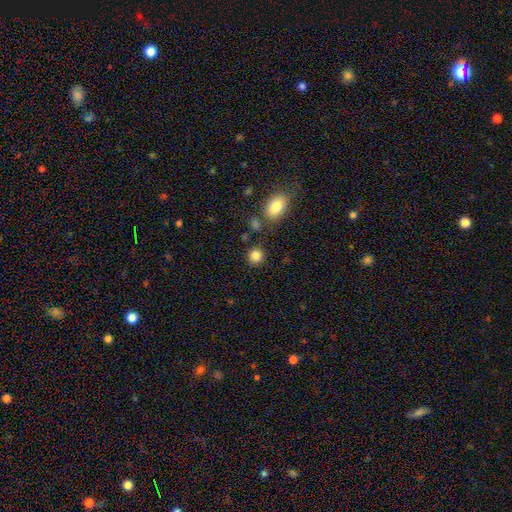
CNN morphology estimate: A smooth galaxy with no disk features (85%) that is round (87%). Merging: none (84%).